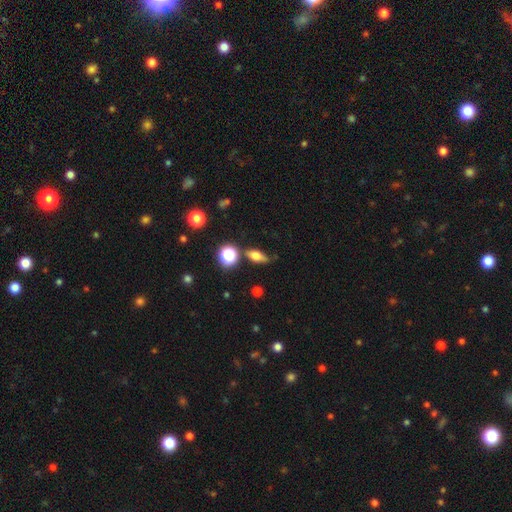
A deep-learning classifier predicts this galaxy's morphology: A smooth galaxy with no disk features (62%) that is in between round and cigar-shaped (64%). Merging: none (63%).